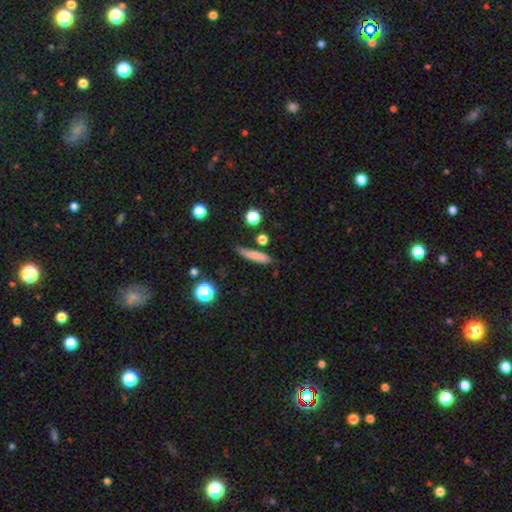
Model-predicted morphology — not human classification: Q: Smooth or featured?
A: smooth (75%); runner-up: featured or disk (16%)
Q: How rounded?
A: cigar-shaped (83%); runner-up: in between (13%)
Q: Merging?
A: none (74%); runner-up: minor disturbance (18%)